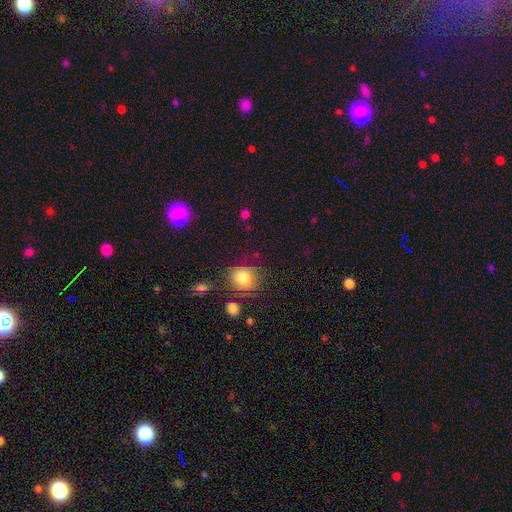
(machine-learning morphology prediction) type=smooth (75%); roundness=round (79%); merging=none (74%).